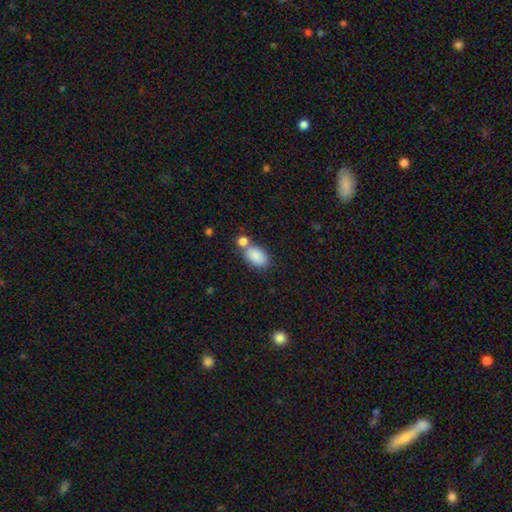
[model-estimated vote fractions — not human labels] This appears to be a smooth galaxy with no disk features (87%) that is in between round and cigar-shaped (91%). Merging: none (52%).